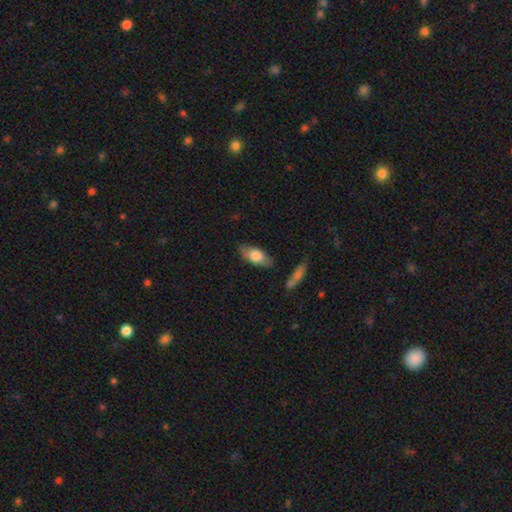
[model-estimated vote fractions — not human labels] A smooth galaxy with no disk features (71%) that is in between round and cigar-shaped (82%).

Vote fractions:
- Smooth or featured? smooth: 71% / featured or disk: 22% / star or artifact: 6%
- How rounded? in between: 82% / cigar-shaped: 14% / round: 4%
- Merging? none: 76% / minor disturbance: 17% / major disturbance: 4% / merger: 3%